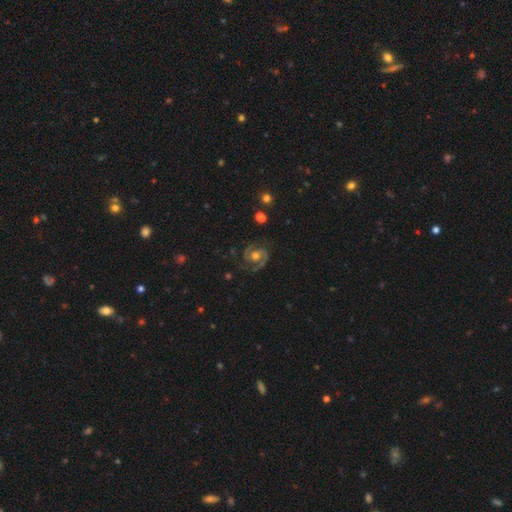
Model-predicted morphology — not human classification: This appears to be a featured or disk galaxy (89%) with no bar (61%), 2 (92%) medium (50%) spiral arms (97%) and a moderate central bulge (73%). Merging: none (81%).